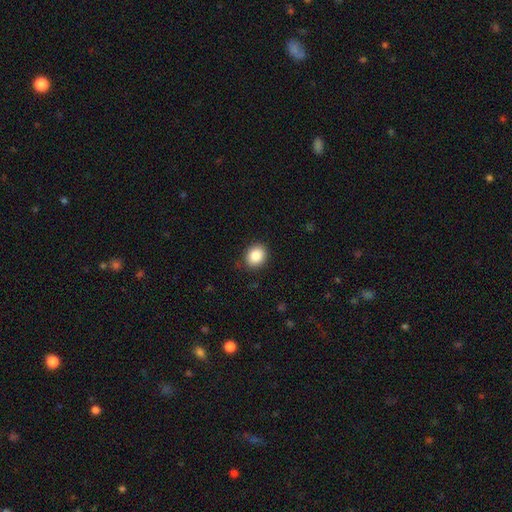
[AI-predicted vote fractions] Morphology: type=smooth (87%); roundness=round (55%); merging=none (87%).